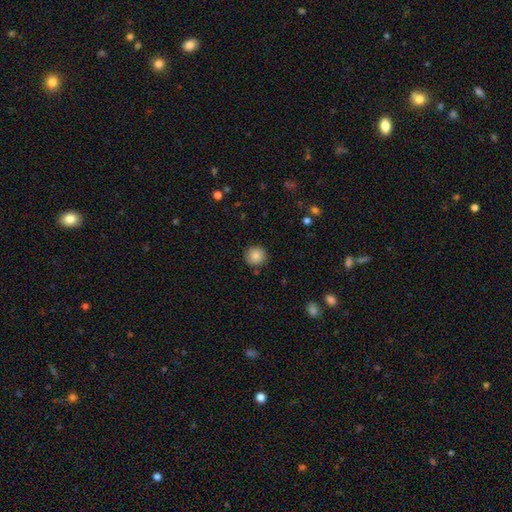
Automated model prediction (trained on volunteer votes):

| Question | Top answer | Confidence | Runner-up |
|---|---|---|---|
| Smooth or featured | smooth | 86% | star or artifact (9%) |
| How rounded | round | 92% | in between (7%) |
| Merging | none | 89% | minor disturbance (8%) |